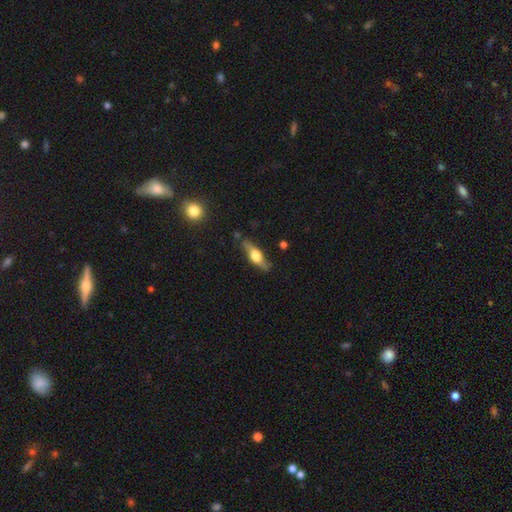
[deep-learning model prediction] Smooth or featured? featured or disk (59%)
Edge-on disk? yes (87%)
Edge-on bulge? rounded (93%)
Merging? none (78%)